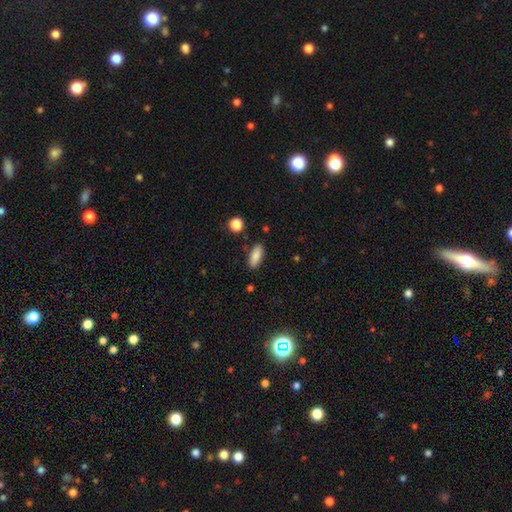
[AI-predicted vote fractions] Smooth or featured?
  - smooth: 84% *
  - featured or disk: 8%
  - star or artifact: 8%
How rounded?
  - in between: 78% *
  - cigar-shaped: 19%
  - round: 3%
Merging?
  - none: 85% *
  - minor disturbance: 10%
  - major disturbance: 2%
  - merger: 2%